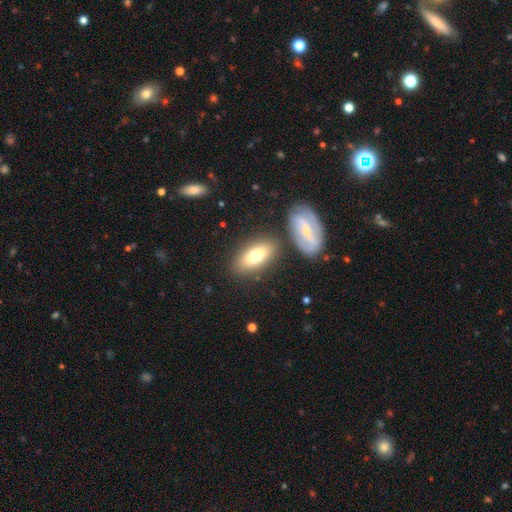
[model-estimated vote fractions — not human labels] The model was most divided on "smooth or featured": smooth: 70%, featured or disk: 24%, star or artifact: 7%. More confident: how rounded — in between (83%); merging — none (76%).